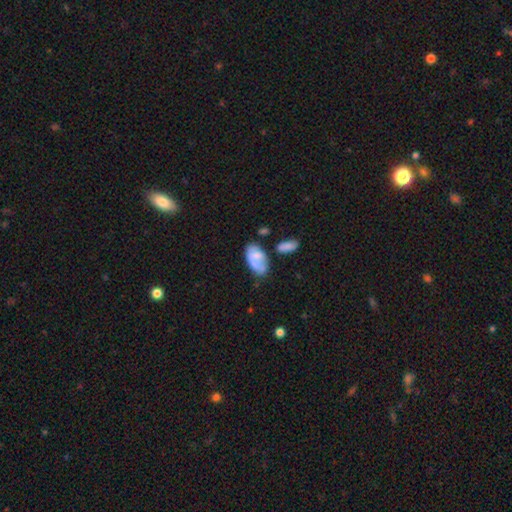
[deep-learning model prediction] A smooth galaxy with no disk features (63%) that is in between round and cigar-shaped (93%). Merging: none (40%).